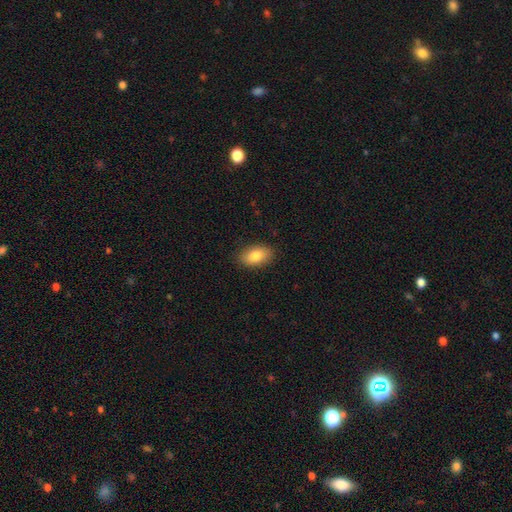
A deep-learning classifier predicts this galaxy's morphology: Smooth or featured?
  - smooth: 82% *
  - featured or disk: 11%
  - star or artifact: 7%
How rounded?
  - in between: 91% *
  - round: 7%
  - cigar-shaped: 2%
Merging?
  - none: 88% *
  - minor disturbance: 9%
  - major disturbance: 2%
  - merger: 1%